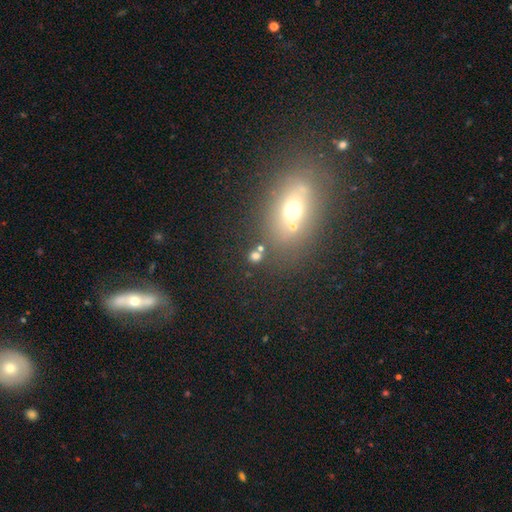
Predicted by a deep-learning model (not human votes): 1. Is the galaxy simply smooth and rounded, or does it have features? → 69% smooth, 22% star or artifact, 8% featured or disk.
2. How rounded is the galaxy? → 77% round, 21% in between, 2% cigar-shaped.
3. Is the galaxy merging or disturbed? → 72% none, 14% merger, 9% minor disturbance, 5% major disturbance.